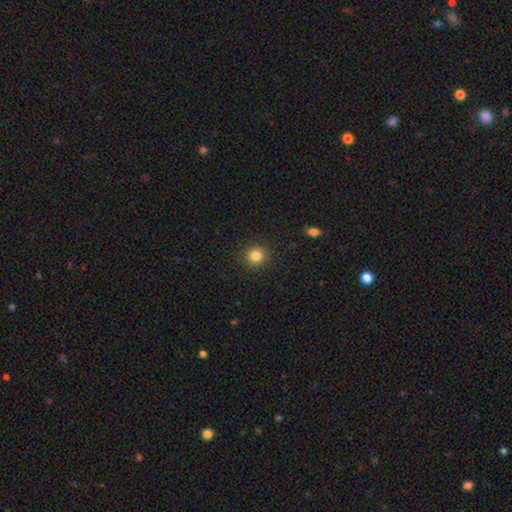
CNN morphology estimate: Smooth or featured? smooth (84%)
How rounded? round (92%)
Merging? none (91%)